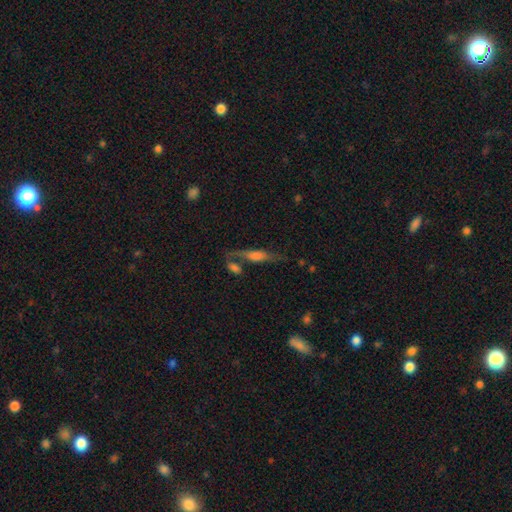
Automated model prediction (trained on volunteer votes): Smooth or featured: featured or disk — 59% (smooth — 28%)
Edge-on disk: yes — 81% (no — 19%)
Merging: none — 59% (merger — 19%)